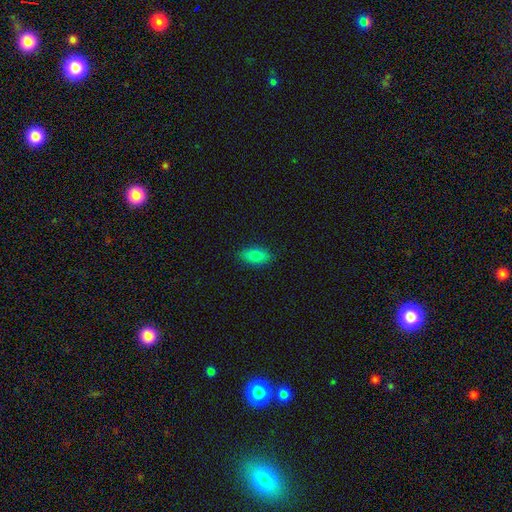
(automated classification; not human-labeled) A smooth galaxy with no disk features (82%) that is in between round and cigar-shaped (89%). Merging: none (84%).